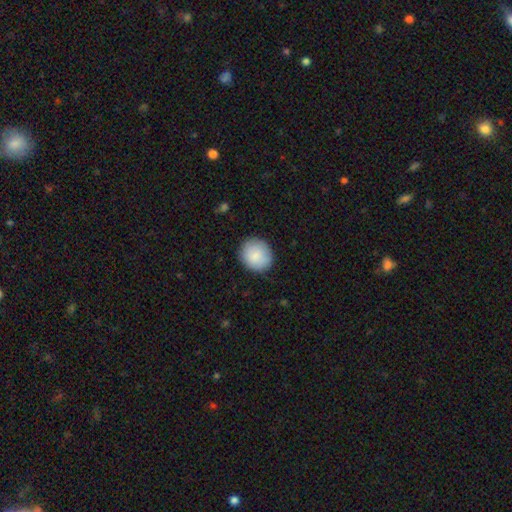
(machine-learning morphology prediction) This appears to be a smooth galaxy with no disk features (88%) that is round (84%). Merging: none (87%).